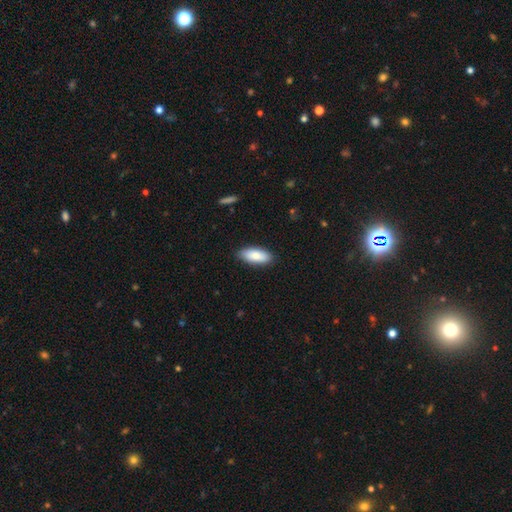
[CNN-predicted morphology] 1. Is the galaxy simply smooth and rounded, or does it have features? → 84% smooth, 10% featured or disk, 6% star or artifact.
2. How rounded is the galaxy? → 82% in between, 16% cigar-shaped, 2% round.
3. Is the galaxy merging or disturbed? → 86% none, 10% minor disturbance, 2% major disturbance, 1% merger.